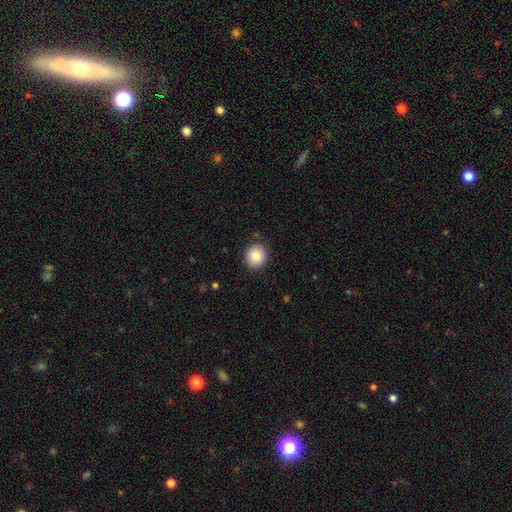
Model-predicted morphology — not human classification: A smooth galaxy with no disk features (84%) that is round (86%).

Vote fractions:
- Smooth or featured? smooth: 84% / star or artifact: 9% / featured or disk: 7%
- How rounded? round: 86% / in between: 14% / cigar-shaped: 1%
- Merging? none: 87% / minor disturbance: 9% / major disturbance: 2% / merger: 1%